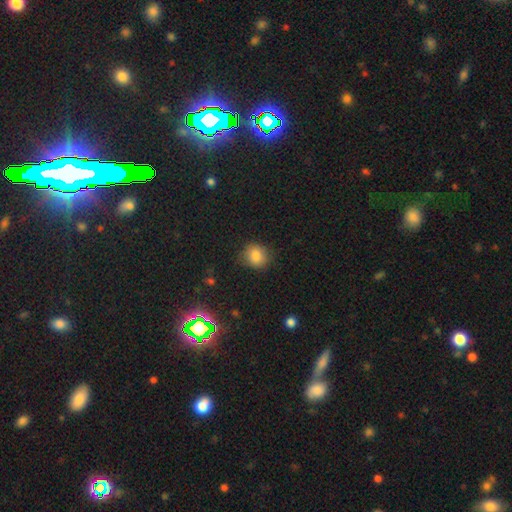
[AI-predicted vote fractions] Overall: smooth (83%). How rounded: round (80%). Merging: none (81%).